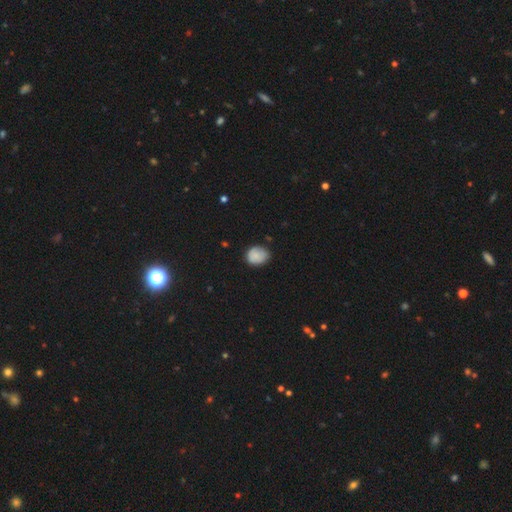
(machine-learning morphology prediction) Smooth or featured? smooth (83%)
How rounded? round (58%)
Merging? none (69%)